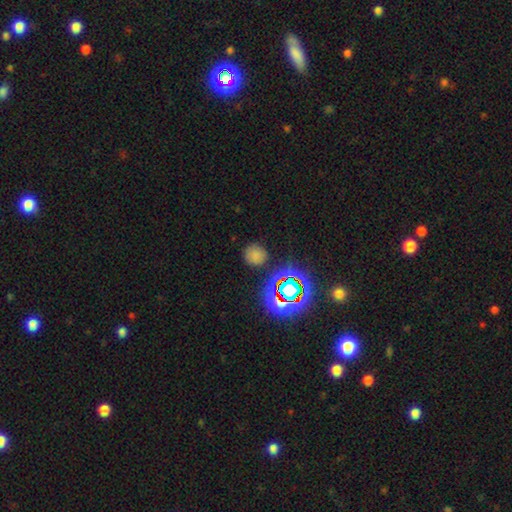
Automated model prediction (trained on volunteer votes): smooth-or-featured: smooth: 67% | star or artifact: 25% | featured or disk: 7%
  how-rounded: round: 89% | in between: 9% | cigar-shaped: 1%
  merging: none: 83% | minor disturbance: 10% | major disturbance: 4% | merger: 3%